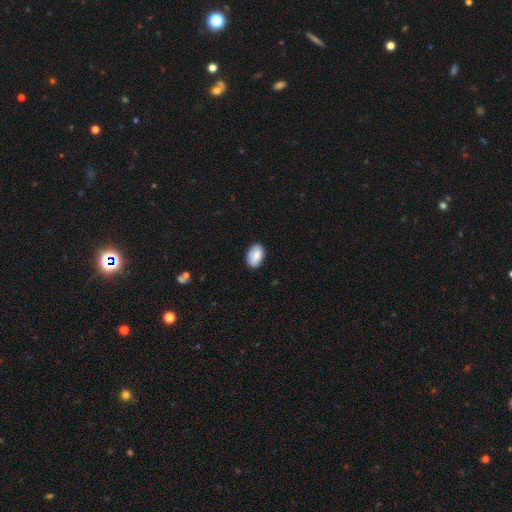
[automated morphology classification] smooth_or_featured: smooth (p=0.83) [alt: featured or disk p=0.10]
how_rounded: in between (p=0.91) [alt: round p=0.08]
merging: none (p=0.82) [alt: minor disturbance p=0.14]